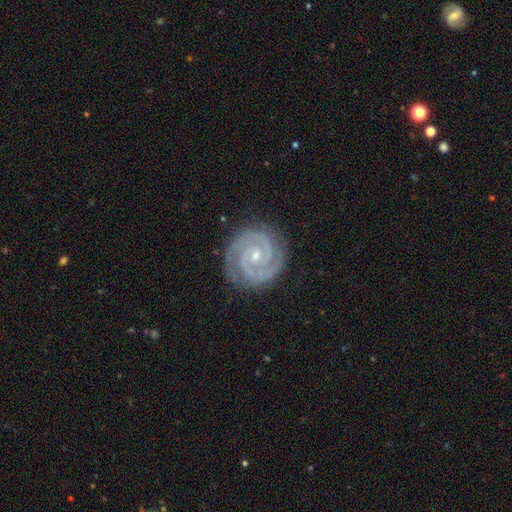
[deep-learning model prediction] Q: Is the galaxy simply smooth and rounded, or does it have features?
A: featured or disk — 93%.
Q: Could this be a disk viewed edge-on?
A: no — 98%.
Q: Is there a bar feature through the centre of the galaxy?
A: no — 63%.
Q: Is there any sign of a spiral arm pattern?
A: yes — 99%.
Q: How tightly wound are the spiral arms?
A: tight — 80%.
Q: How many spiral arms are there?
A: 2 — 84%.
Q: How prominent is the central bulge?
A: small — 69%.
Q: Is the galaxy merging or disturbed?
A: none — 85%.